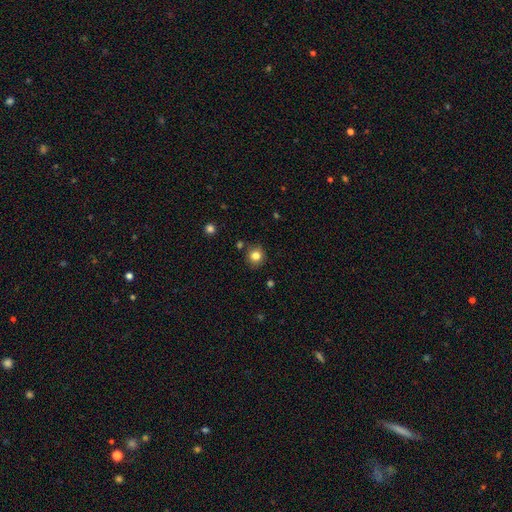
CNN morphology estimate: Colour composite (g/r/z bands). It shows a smooth galaxy with no disk features (81%) that is round (91%). Merging: none (85%).